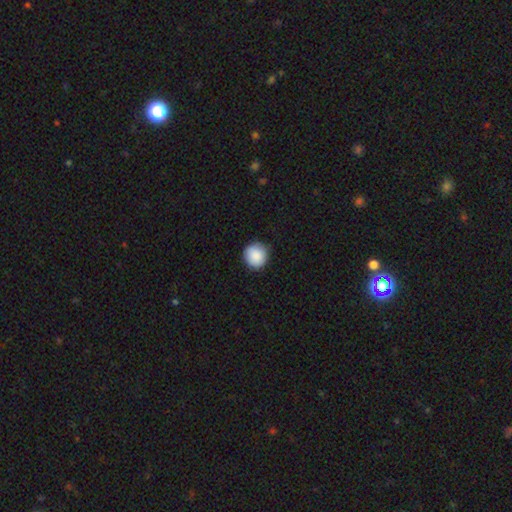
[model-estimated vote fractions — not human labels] smooth_or_featured: smooth (p=0.89) [alt: star or artifact p=0.07]
how_rounded: round (p=0.94) [alt: in between p=0.05]
merging: none (p=0.88) [alt: minor disturbance p=0.09]